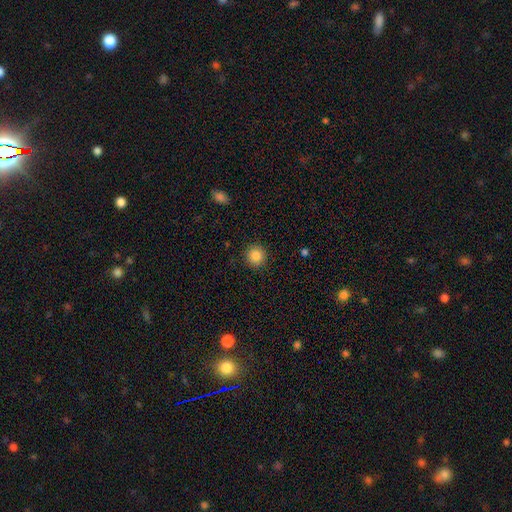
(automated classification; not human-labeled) Overall: smooth (85%). How rounded: round (94%). Merging: none (92%).